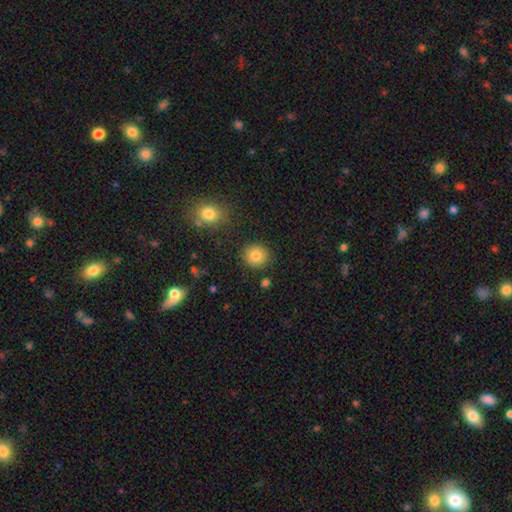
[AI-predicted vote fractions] Smooth or featured: smooth — 84% (star or artifact — 10%)
How rounded: round — 90% (in between — 10%)
Merging: none — 88% (minor disturbance — 7%)